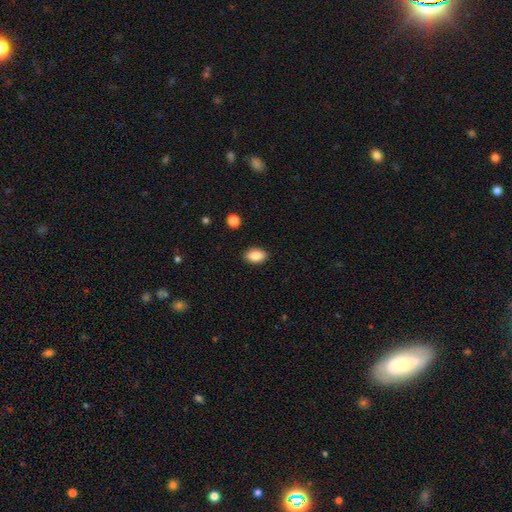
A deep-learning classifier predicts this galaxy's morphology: type=smooth (88%); roundness=in between (89%); merging=none (89%).